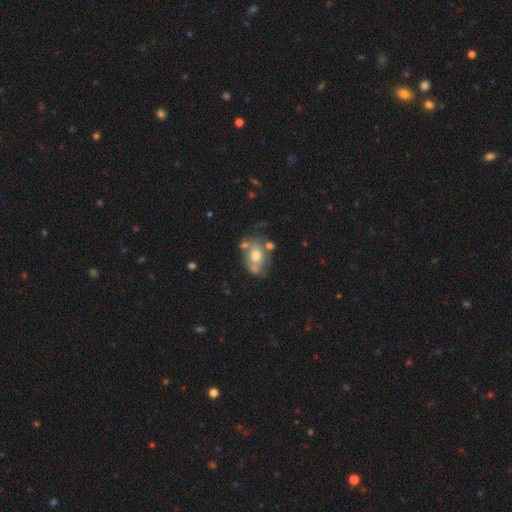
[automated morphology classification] Smooth or featured? Predicted: smooth (p=0.47). Merging? Predicted: none (p=0.42).